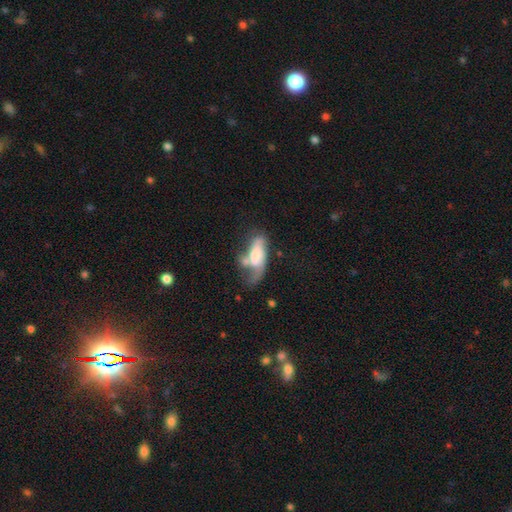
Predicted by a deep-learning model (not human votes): A smooth galaxy with no disk features (49%).

Vote fractions:
- Smooth or featured? smooth: 49% / featured or disk: 43% / star or artifact: 8%
- Merging? major disturbance: 33% / merger: 30% / none: 18% / minor disturbance: 18%